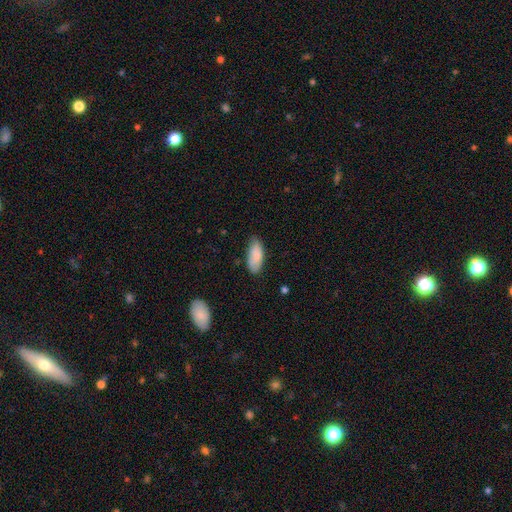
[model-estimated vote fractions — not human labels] This appears to be a smooth galaxy with no disk features (82%) that is in between round and cigar-shaped (82%). Merging: none (69%).